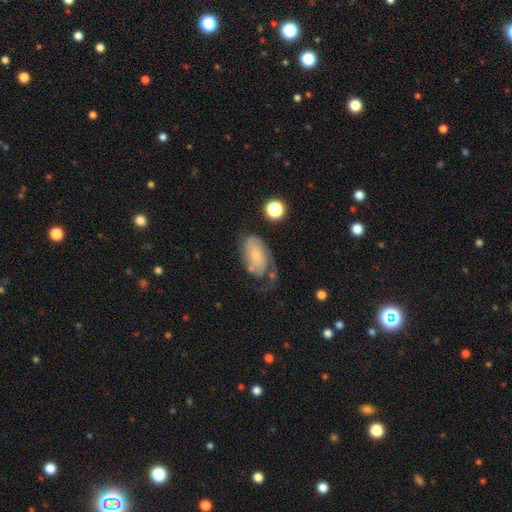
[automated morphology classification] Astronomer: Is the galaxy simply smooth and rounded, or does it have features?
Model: featured or disk — 58% (runner-up: smooth, 34%).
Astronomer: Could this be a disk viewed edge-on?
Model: no — 95%.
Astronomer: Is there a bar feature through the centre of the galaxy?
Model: no — 73%.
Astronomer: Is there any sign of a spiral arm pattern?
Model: yes — 84%.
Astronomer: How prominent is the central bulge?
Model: small — 62%.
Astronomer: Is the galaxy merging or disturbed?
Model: none — 39% (runner-up: major disturbance, 30%).